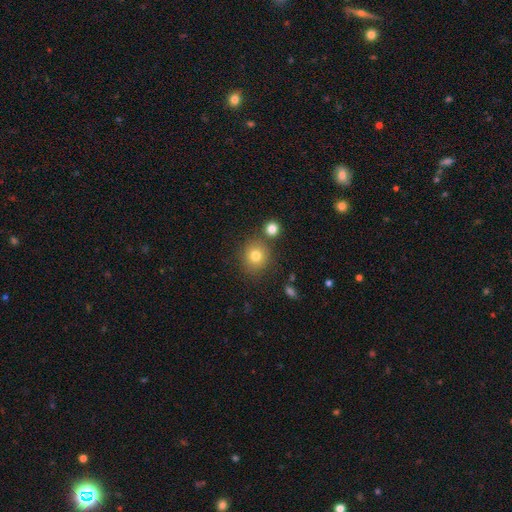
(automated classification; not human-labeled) Q: Smooth or featured?
A: smooth (78%); runner-up: star or artifact (13%)
Q: How rounded?
A: round (84%); runner-up: in between (15%)
Q: Merging?
A: none (76%); runner-up: merger (10%)